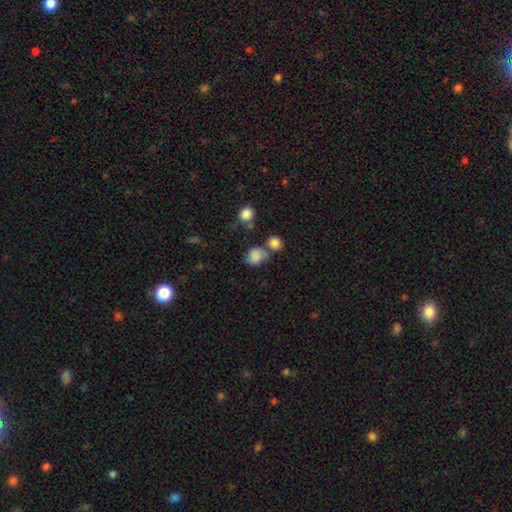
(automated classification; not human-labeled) Q: Smooth or featured?
A: smooth (81%); runner-up: star or artifact (10%)
Q: How rounded?
A: round (57%); runner-up: in between (42%)
Q: Merging?
A: none (44%); runner-up: merger (30%)